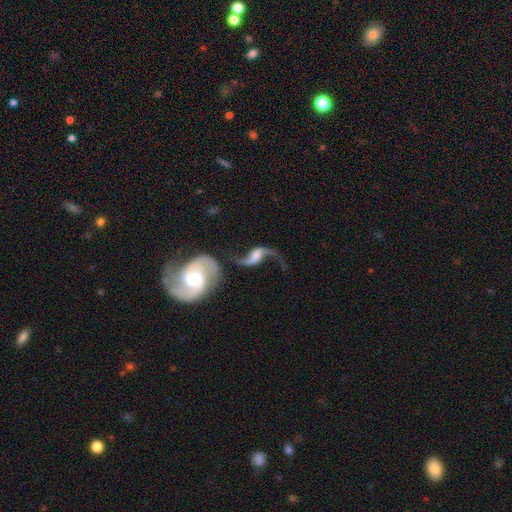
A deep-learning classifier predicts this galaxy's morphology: Overall: featured or disk (86%). Edge-on disk: no (95%). Bar: weak (41%; no 40%). Spiral arms: yes (95%). Spiral arm count: 2 (92%). Spiral winding: loose (90%). Bulge size: moderate (29%; none 27%). Merging: none (45%; merger 24%).